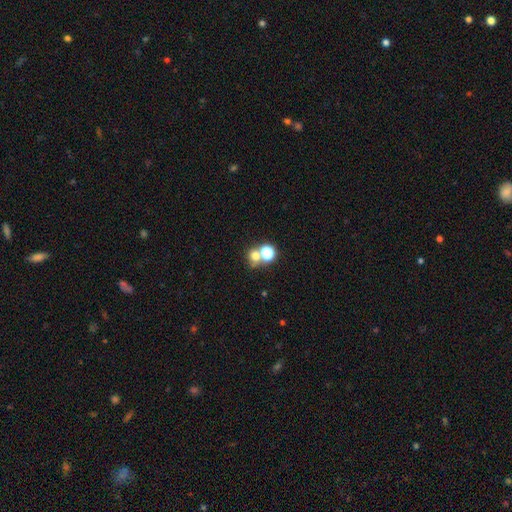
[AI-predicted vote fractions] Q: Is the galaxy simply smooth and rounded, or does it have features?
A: smooth — 67%.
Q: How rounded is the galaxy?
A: round — 80%.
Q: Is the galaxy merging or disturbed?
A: none — 49%.